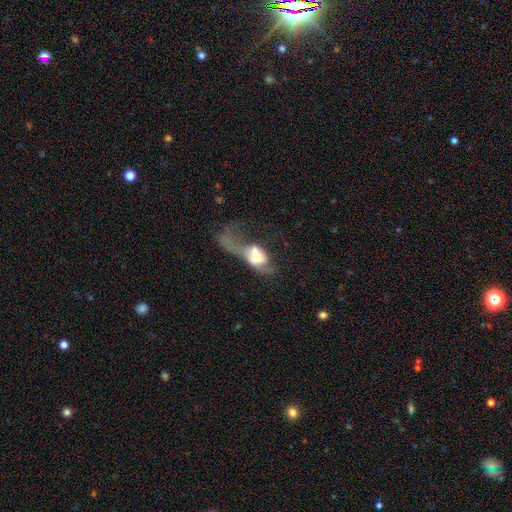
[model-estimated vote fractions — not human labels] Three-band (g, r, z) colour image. It shows a smooth galaxy with no disk features (48%). Merging: major disturbance (48%).